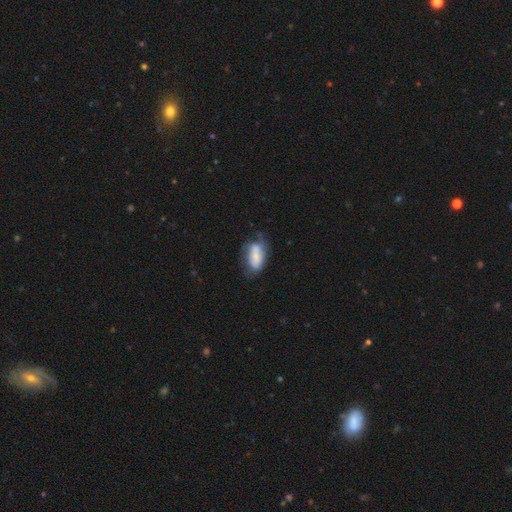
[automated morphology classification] Q: Smooth or featured?
A: smooth (63%); runner-up: featured or disk (29%)
Q: How rounded?
A: in between (87%); runner-up: cigar-shaped (9%)
Q: Merging?
A: none (42%); runner-up: minor disturbance (34%)